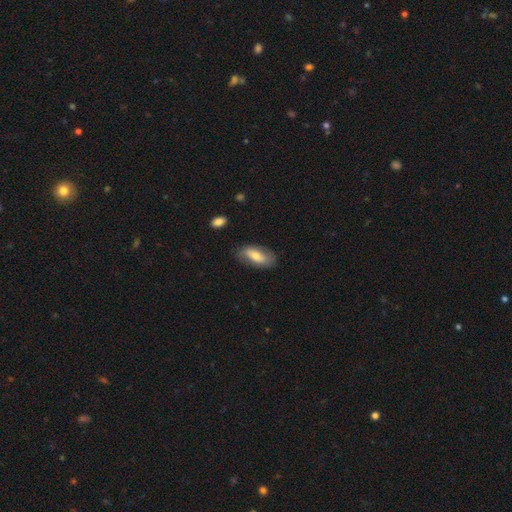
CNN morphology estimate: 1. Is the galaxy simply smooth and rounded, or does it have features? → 62% smooth, 32% featured or disk, 6% star or artifact.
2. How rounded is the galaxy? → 87% in between, 9% cigar-shaped, 4% round.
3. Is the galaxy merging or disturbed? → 76% none, 18% minor disturbance, 5% major disturbance, 2% merger.